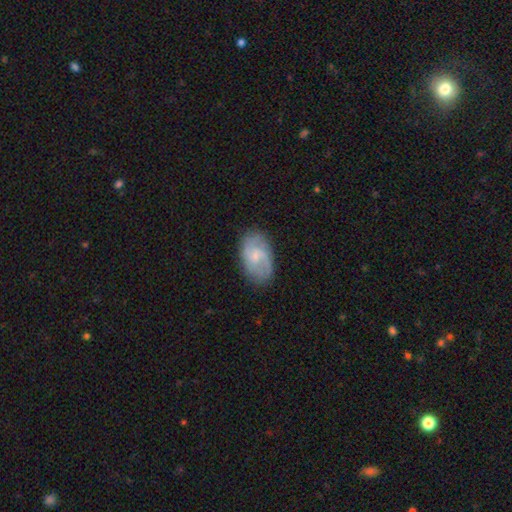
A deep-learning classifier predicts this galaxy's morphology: Smooth or featured: featured or disk — 59% (smooth — 35%)
Edge-on disk: no — 96% (yes — 4%)
Bar: no — 58% (weak — 37%)
Spiral arms: yes — 86% (no — 14%)
Bulge size: small — 66% (moderate — 26%)
Merging: none — 75% (minor disturbance — 18%)